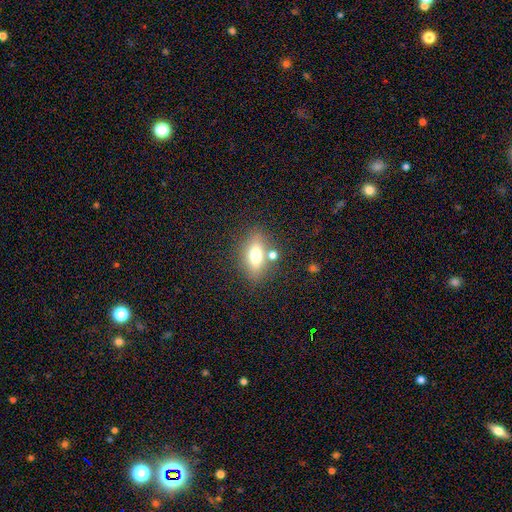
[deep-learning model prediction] Smooth or featured? smooth (66%)
How rounded? in between (76%)
Merging? none (71%)